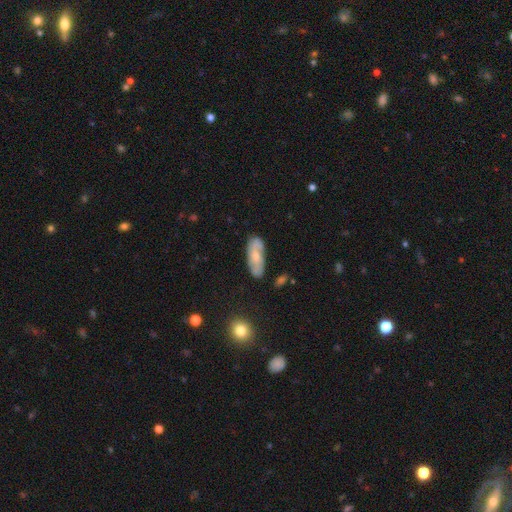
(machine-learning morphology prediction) type=smooth (48%); merging=none (73%).